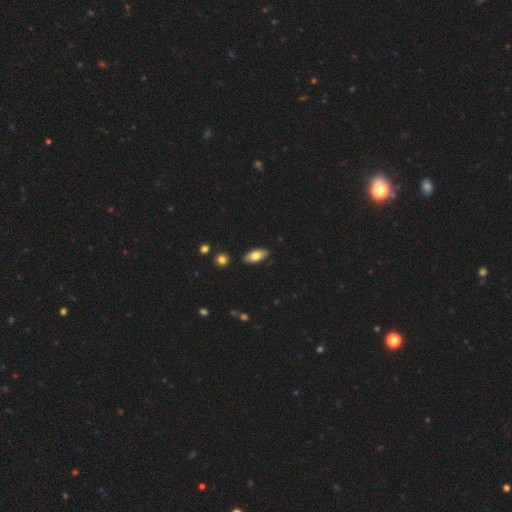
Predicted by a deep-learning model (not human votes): The model was most divided on "smooth or featured": smooth: 73%, featured or disk: 21%, star or artifact: 6%. More confident: merging — none (87%); how rounded — in between (86%).